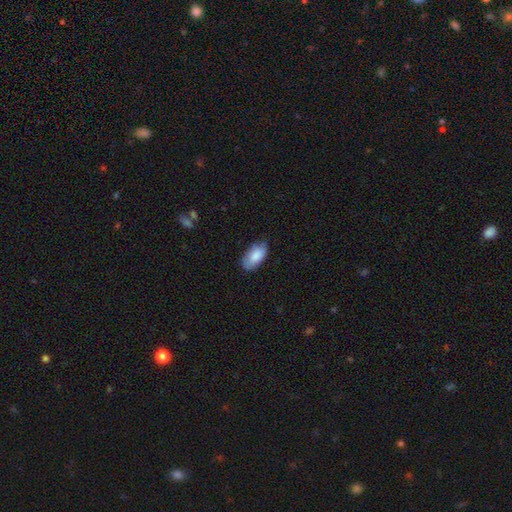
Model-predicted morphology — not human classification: Smooth or featured?
  - smooth: 85% *
  - featured or disk: 9%
  - star or artifact: 6%
How rounded?
  - in between: 94% *
  - cigar-shaped: 3%
  - round: 2%
Merging?
  - none: 75% *
  - minor disturbance: 20%
  - major disturbance: 3%
  - merger: 1%